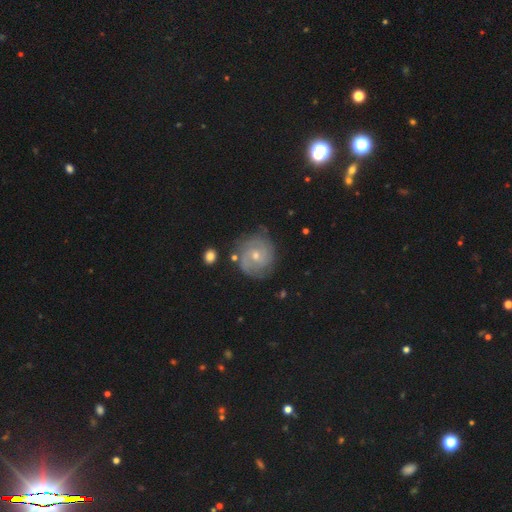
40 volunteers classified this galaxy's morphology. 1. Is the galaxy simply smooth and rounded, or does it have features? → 88% featured or disk, 12% smooth, 0% star or artifact.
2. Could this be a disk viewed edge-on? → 100% no, 0% yes.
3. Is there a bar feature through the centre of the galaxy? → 66% no, 26% weak, 9% strong.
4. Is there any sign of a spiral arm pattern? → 94% yes, 6% no.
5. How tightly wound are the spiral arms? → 45% tight, 39% medium, 15% loose.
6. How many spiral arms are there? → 48% 2, 36% 3, 12% can't tell, 3% 4, 0% 1, 0% more than 4.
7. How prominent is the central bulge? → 54% moderate, 40% small, 6% large, 0% dominant, 0% none.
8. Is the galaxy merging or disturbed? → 57% none, 25% minor disturbance, 15% merger, 2% major disturbance.